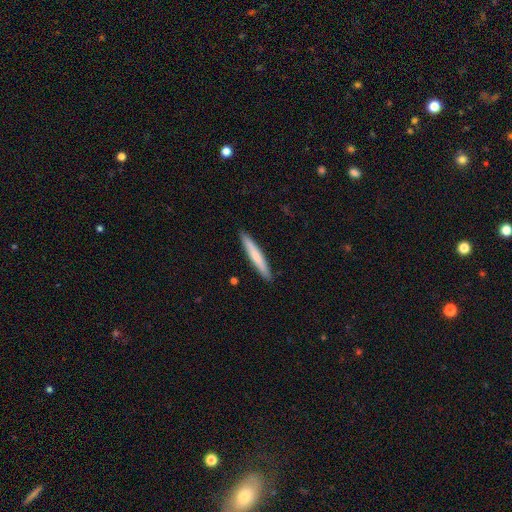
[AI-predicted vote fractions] Smooth or featured? smooth (69%)
How rounded? cigar-shaped (95%)
Merging? none (92%)